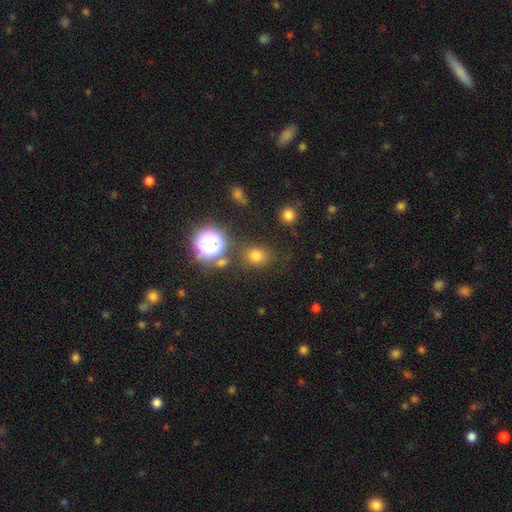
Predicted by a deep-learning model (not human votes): Smooth or featured?
  - smooth: 72% *
  - star or artifact: 21%
  - featured or disk: 7%
How rounded?
  - round: 66% *
  - in between: 33%
  - cigar-shaped: 1%
Merging?
  - none: 80% *
  - minor disturbance: 11%
  - merger: 5%
  - major disturbance: 4%